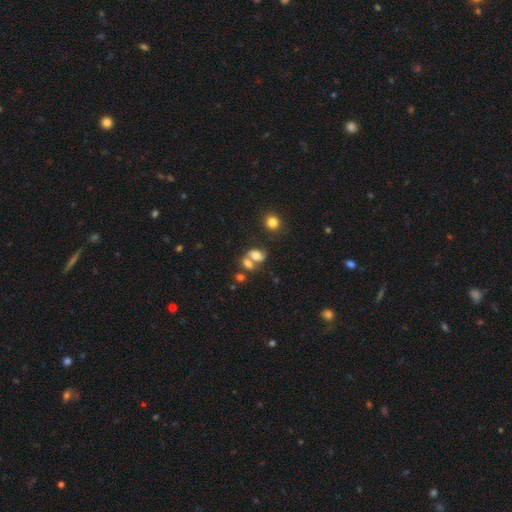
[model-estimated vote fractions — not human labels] smooth 65%, featured or disk 22%, star or artifact 13%. Down the decision tree: how rounded — in between (77%); merging — merger (54%).